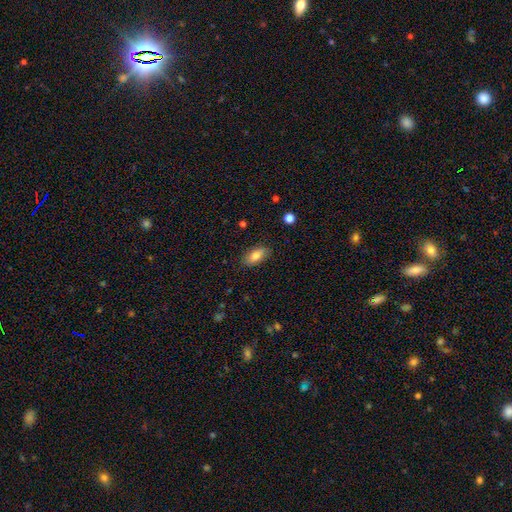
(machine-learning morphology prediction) Smooth or featured? smooth (80%)
How rounded? in between (89%)
Merging? none (86%)